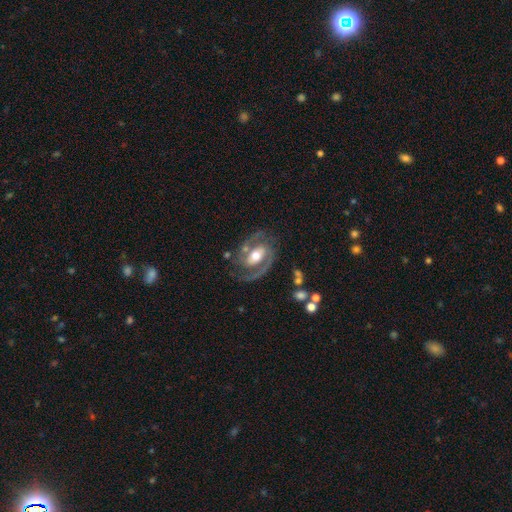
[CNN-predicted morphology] Overall: featured or disk (88%). Edge-on disk: no (97%). Bar: weak (37%; strong 36%). Spiral arms: yes (95%). Spiral arm count: 2 (89%). Spiral winding: medium (53%; tight 34%). Bulge size: moderate (69%). Merging: none (74%).